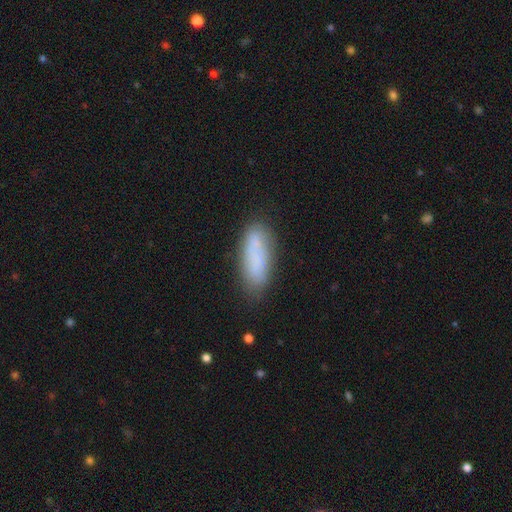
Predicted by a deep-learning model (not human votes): This appears to be a smooth galaxy with no disk features (77%) that is in between round and cigar-shaped (56%). Merging: none (73%).